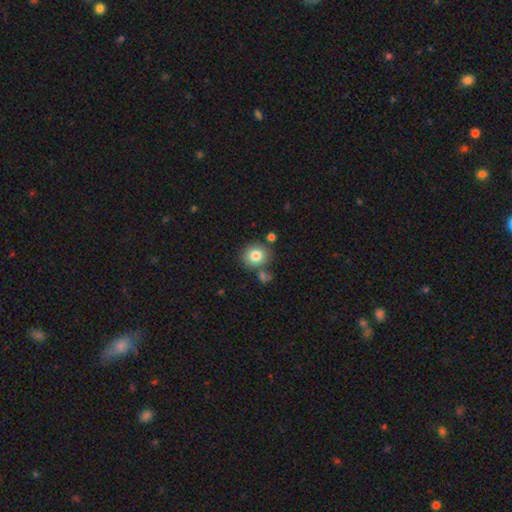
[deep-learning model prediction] The model was most divided on "how rounded": round: 78%, in between: 21%, cigar-shaped: 1%. More confident: smooth or featured — smooth (81%); merging — none (74%).